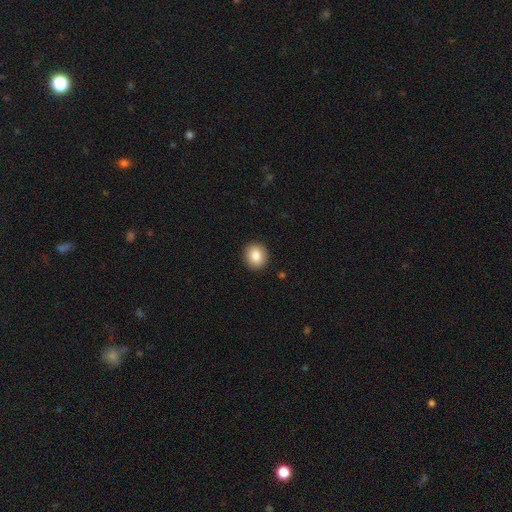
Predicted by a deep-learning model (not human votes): Overall: smooth (84%). How rounded: round (77%). Merging: none (92%).